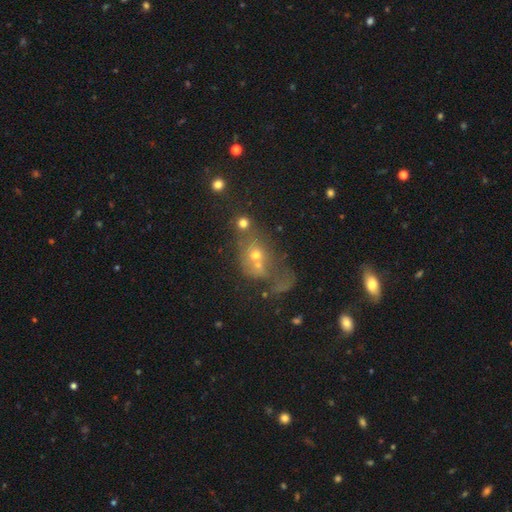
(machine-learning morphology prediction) Smooth or featured: smooth — 43% (featured or disk — 29%)
Merging: merger — 45% (none — 27%)